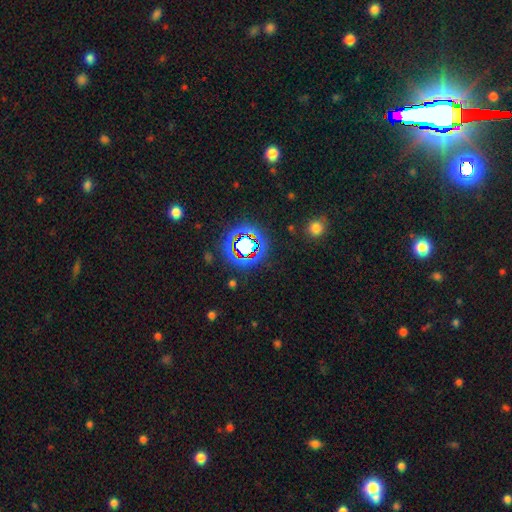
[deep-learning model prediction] star or artifact 77%, smooth 13%, featured or disk 10%.